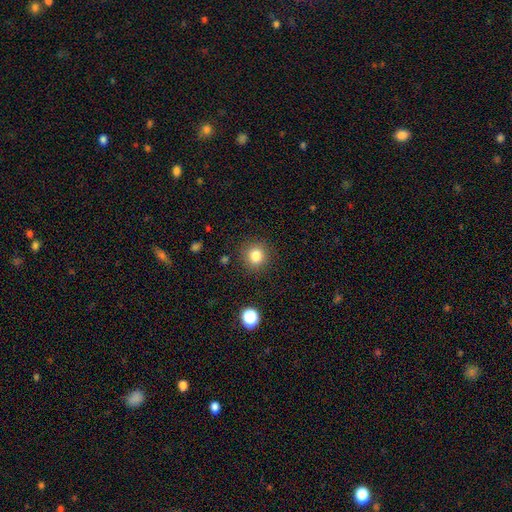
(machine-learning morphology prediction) The model was most divided on "smooth or featured": smooth: 82%, star or artifact: 12%, featured or disk: 6%. More confident: how rounded — round (90%); merging — none (89%).